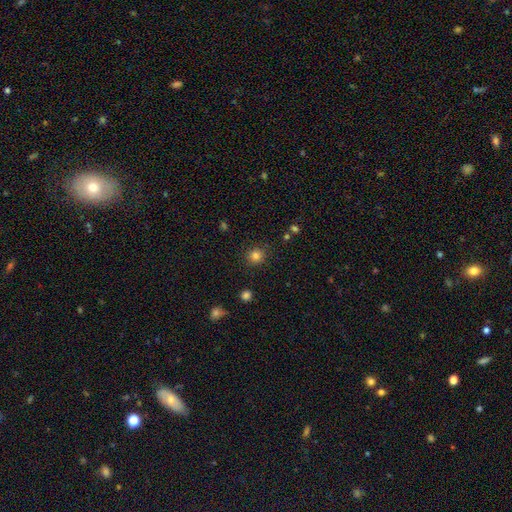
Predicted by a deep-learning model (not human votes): Smooth or featured: smooth — 82% (star or artifact — 13%)
How rounded: round — 89% (in between — 10%)
Merging: none — 88% (minor disturbance — 7%)